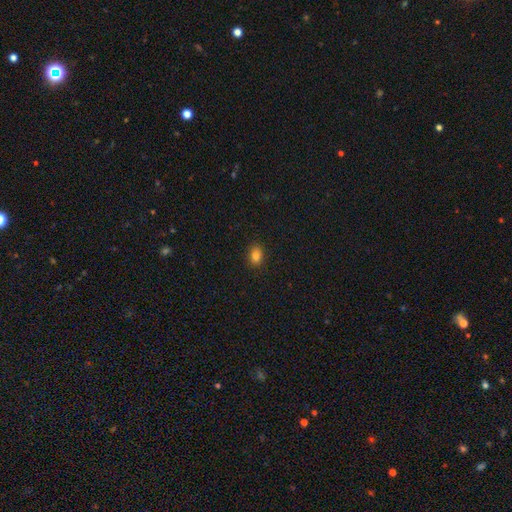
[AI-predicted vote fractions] Smooth or featured: smooth — 84% (star or artifact — 11%)
How rounded: in between — 70% (round — 29%)
Merging: none — 89% (minor disturbance — 8%)